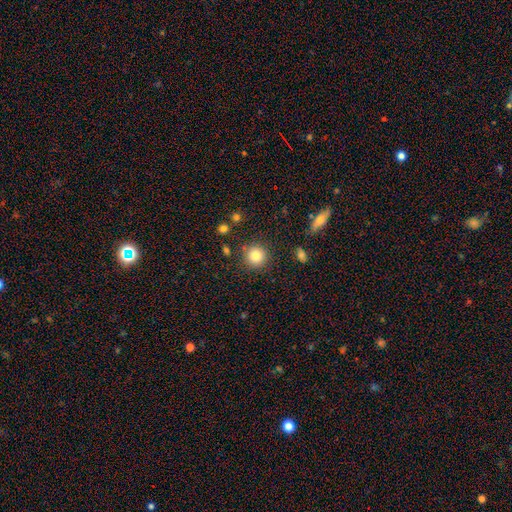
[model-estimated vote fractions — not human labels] The model was most divided on "smooth or featured": smooth: 82%, star or artifact: 11%, featured or disk: 7%. More confident: how rounded — round (93%); merging — none (87%).